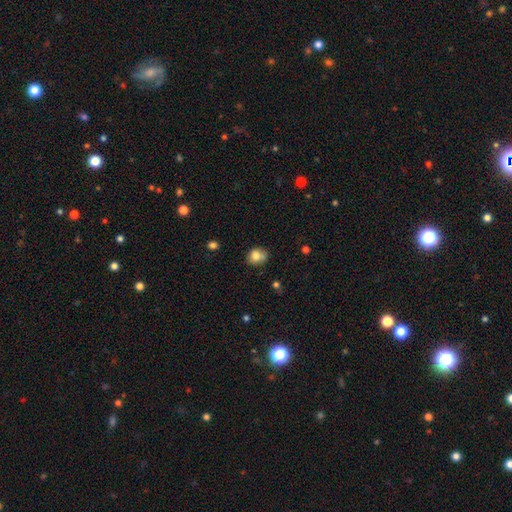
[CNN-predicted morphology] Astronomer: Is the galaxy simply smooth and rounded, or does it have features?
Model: smooth — 80%.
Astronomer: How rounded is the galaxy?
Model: round — 57% (runner-up: in between, 42%).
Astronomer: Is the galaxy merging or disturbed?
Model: none — 65%.